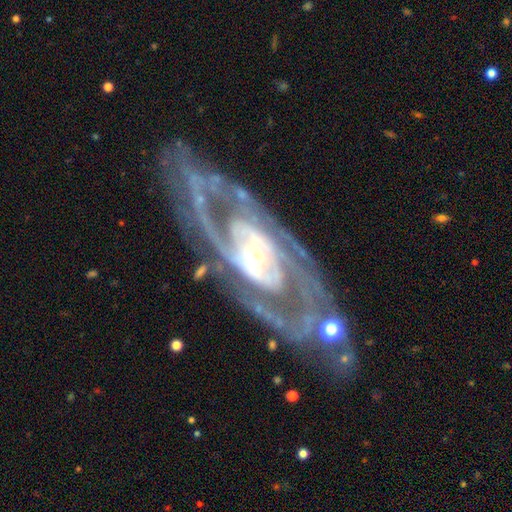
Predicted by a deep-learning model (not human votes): Smooth or featured?
  - featured or disk: 90% *
  - smooth: 6%
  - star or artifact: 5%
Edge-on disk?
  - no: 92% *
  - yes: 8%
Bar?
  - no: 49% *
  - weak: 29%
  - strong: 22%
Spiral arms?
  - yes: 92% *
  - no: 8%
Spiral winding?
  - tight: 53% *
  - medium: 35%
  - loose: 11%
Spiral arm count?
  - 2: 54% *
  - can't tell: 20%
  - 3: 11%
  - 1: 5%
  - 4: 5%
  - more than 4: 5%
Bulge size?
  - moderate: 52% *
  - small: 40%
  - large: 5%
  - dominant: 1%
  - none: 1%
Merging?
  - none: 68% *
  - minor disturbance: 17%
  - major disturbance: 12%
  - merger: 3%